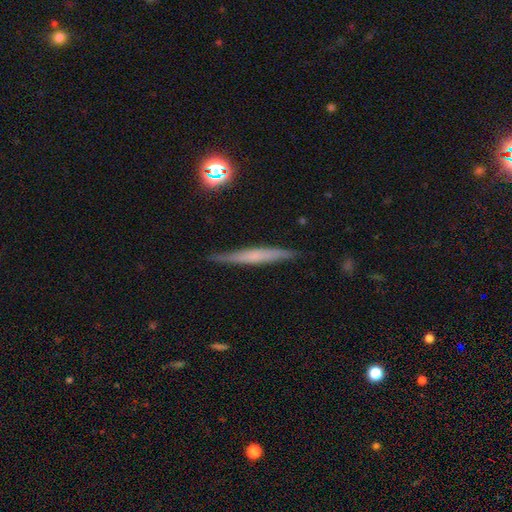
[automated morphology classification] smooth_or_featured: featured or disk (p=0.48) [alt: smooth p=0.44]
merging: none (p=0.87) [alt: minor disturbance p=0.10]